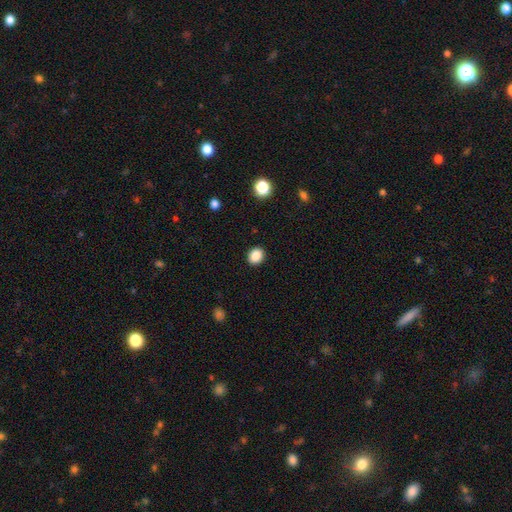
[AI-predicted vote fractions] Q: Smooth or featured?
A: smooth (87%); runner-up: star or artifact (10%)
Q: How rounded?
A: round (62%); runner-up: in between (37%)
Q: Merging?
A: none (91%); runner-up: minor disturbance (6%)